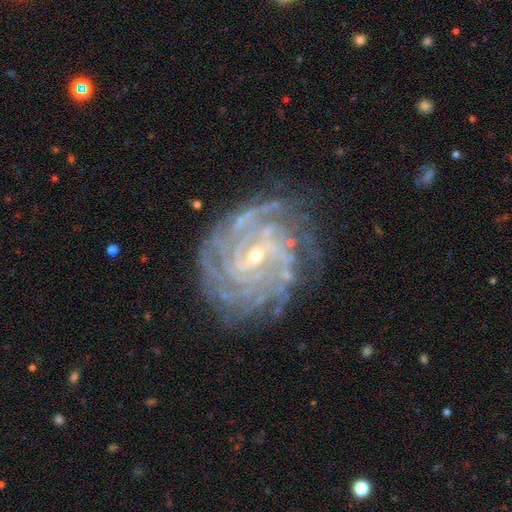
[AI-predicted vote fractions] Morphology: type=featured or disk (91%); edge-on=no (97%); bar=weak (46%); spiral arms=yes (98%); winding=tight (80%); arm count=4 (26%); bulge=small (73%); merging=none (76%).